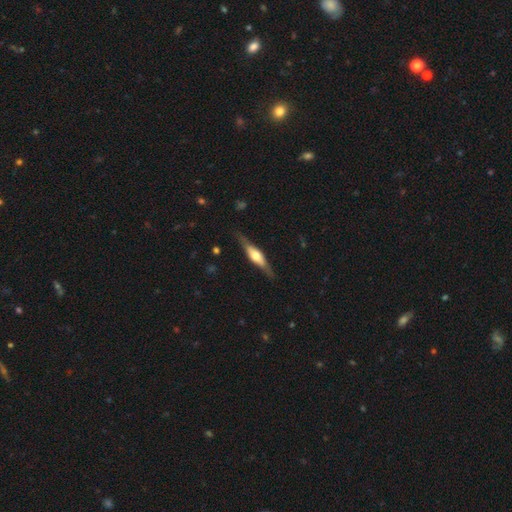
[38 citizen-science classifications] A featured or disk galaxy (55%) viewed edge-on (95%) with a rounded central bulge (80%).

Vote fractions:
- Smooth or featured? featured or disk: 55% / smooth: 45% / star or artifact: 0%
- Edge-on disk? yes: 95% / no: 5%
- Edge-on bulge? rounded: 80% / boxy: 15% / none: 5%
- Merging? none: 68% / minor disturbance: 21% / major disturbance: 5% / merger: 5%